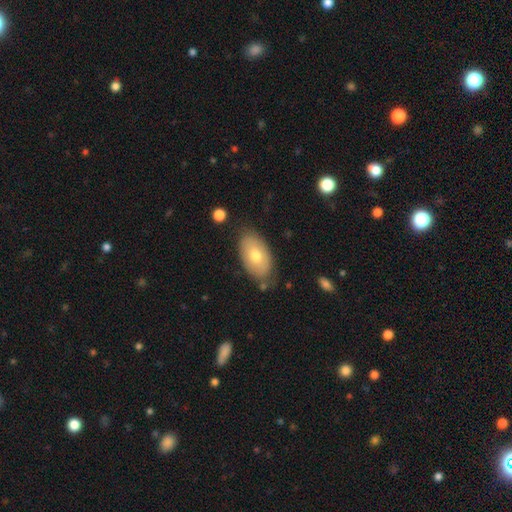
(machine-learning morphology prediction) Smooth or featured? Predicted: smooth (p=0.67). How rounded? Predicted: in between (p=0.93). Merging? Predicted: none (p=0.75).